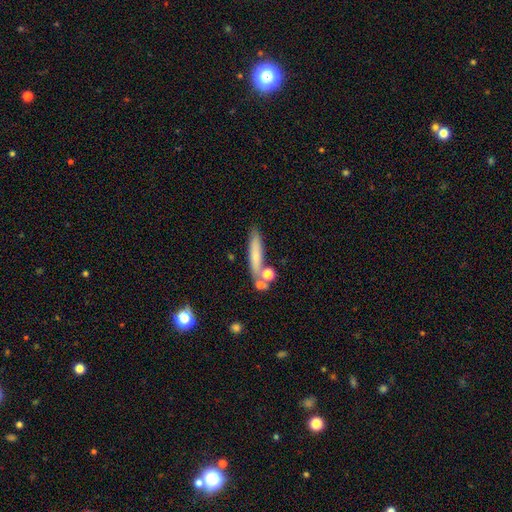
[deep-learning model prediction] Q: Smooth or featured?
A: smooth (70%); runner-up: featured or disk (22%)
Q: How rounded?
A: cigar-shaped (84%); runner-up: in between (13%)
Q: Merging?
A: none (70%); runner-up: minor disturbance (13%)